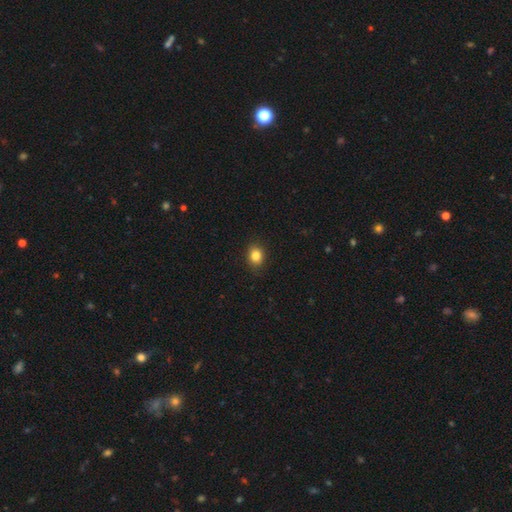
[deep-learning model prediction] Overall: smooth (84%). How rounded: round (50%; in between 49%). Merging: none (88%).